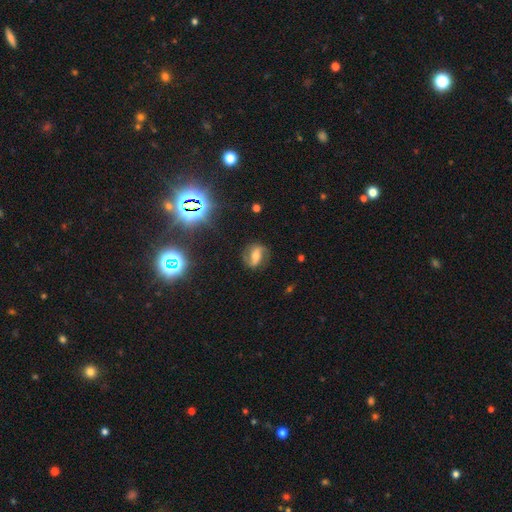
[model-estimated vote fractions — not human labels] This is likely a featured or disk galaxy (69%). It is clearly not viewed edge-on (95%). Bar: possibly strong (46%). Spiral arm pattern: clearly yes (89%). Spiral arm count: clearly 2 (88%). Spiral winding: possibly medium (45%). Central bulge: possibly moderate (52%). Merging: likely none (79%).